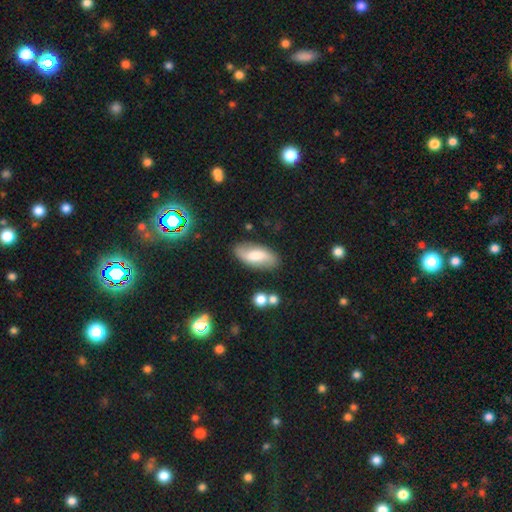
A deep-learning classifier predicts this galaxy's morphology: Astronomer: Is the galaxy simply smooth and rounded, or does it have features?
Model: smooth — 51% (runner-up: featured or disk, 42%).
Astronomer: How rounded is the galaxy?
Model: in between — 87%.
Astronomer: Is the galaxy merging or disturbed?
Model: none — 80%.